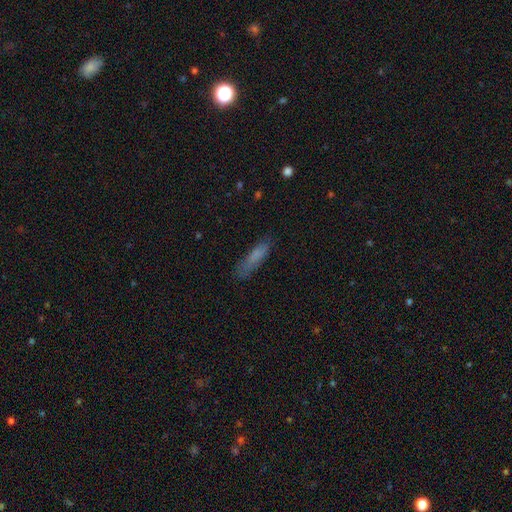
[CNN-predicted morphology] The model was most divided on "how rounded": cigar-shaped: 74%, in between: 24%, round: 2%. More confident: smooth or featured — smooth (73%); merging — none (72%).